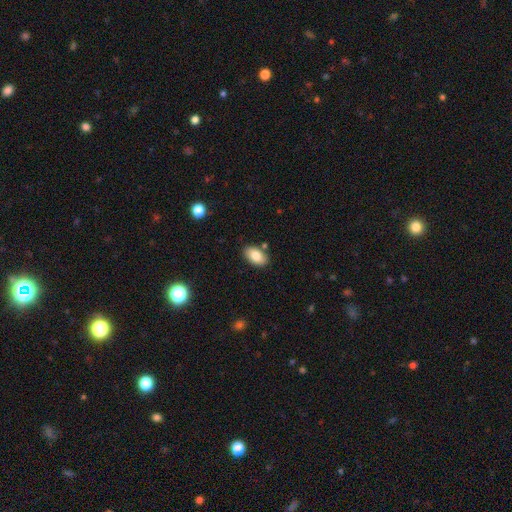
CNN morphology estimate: A smooth galaxy with no disk features (82%) that is in between round and cigar-shaped (93%).

Vote fractions:
- Smooth or featured? smooth: 82% / featured or disk: 11% / star or artifact: 8%
- How rounded? in between: 93% / round: 6% / cigar-shaped: 1%
- Merging? none: 83% / minor disturbance: 11% / merger: 4% / major disturbance: 2%